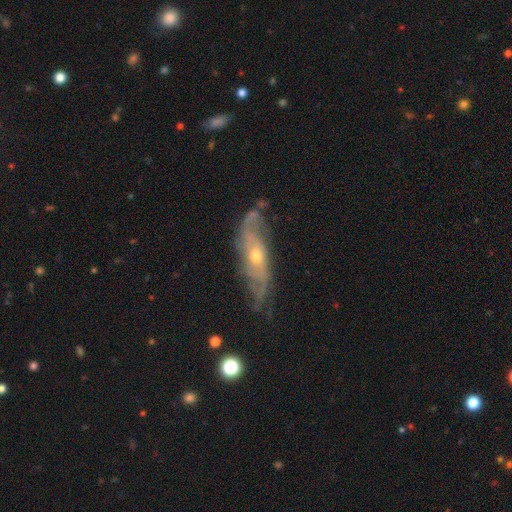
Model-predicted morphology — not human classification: This is clearly a featured or disk galaxy (80%). It is likely not viewed edge-on (77%). Bar: likely no (69%). Spiral arm pattern: clearly yes (89%). Spiral arm count: possibly 2 (50%). Spiral winding: marginally medium (38%). Central bulge: possibly small (48%, tied with moderate). Merging: likely none (63%).